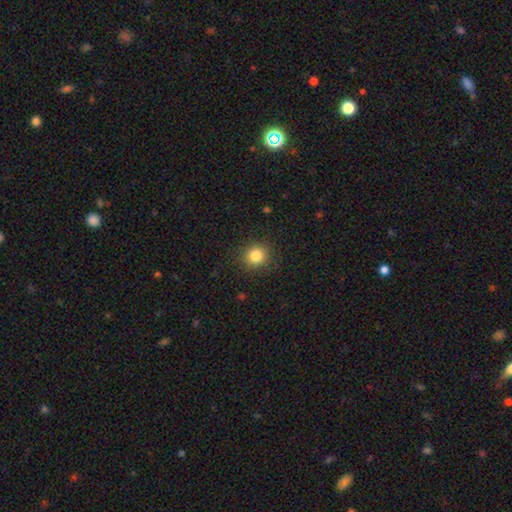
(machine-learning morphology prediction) smooth 83%, star or artifact 11%, featured or disk 5%. Down the decision tree: how rounded — round (86%); merging — none (89%).